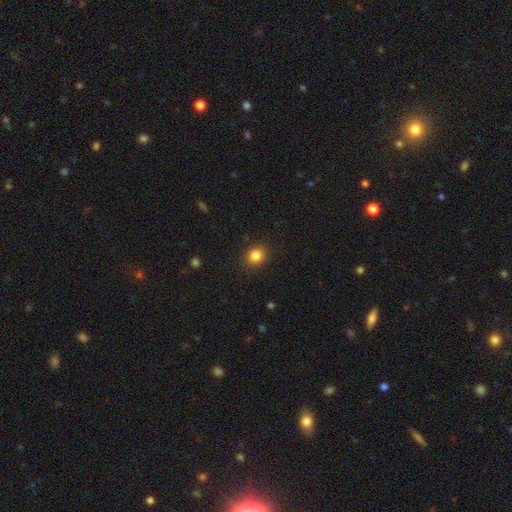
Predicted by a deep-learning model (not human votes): Overall: smooth (85%). How rounded: round (63%; in between 36%). Merging: none (88%).